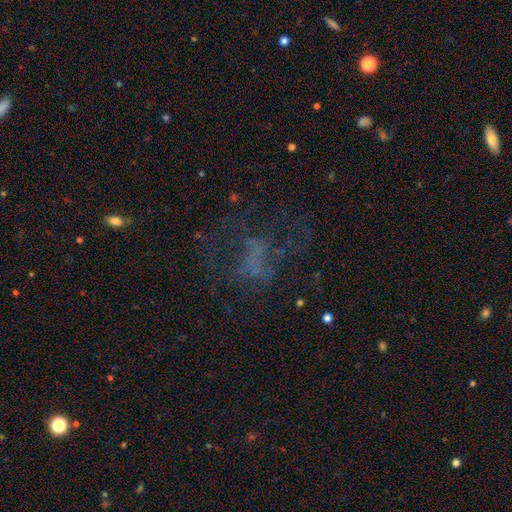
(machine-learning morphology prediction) Smooth or featured? Predicted: featured or disk (p=0.38, tied with star or artifact). Merging? Predicted: none (p=0.49).